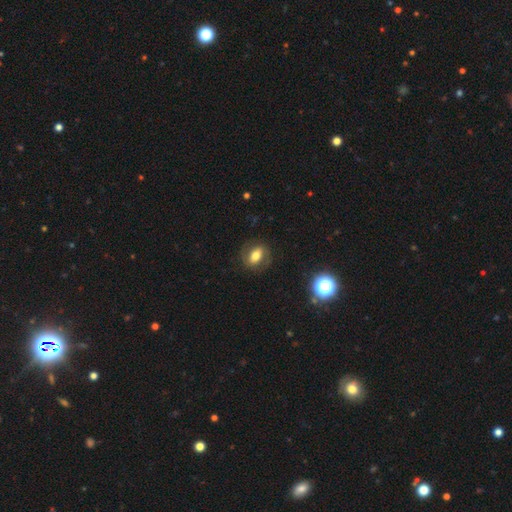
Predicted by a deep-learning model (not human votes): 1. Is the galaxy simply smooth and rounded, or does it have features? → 55% smooth, 35% featured or disk, 10% star or artifact.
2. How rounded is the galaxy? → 69% in between, 29% round, 3% cigar-shaped.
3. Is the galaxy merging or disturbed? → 78% none, 13% minor disturbance, 7% major disturbance, 1% merger.